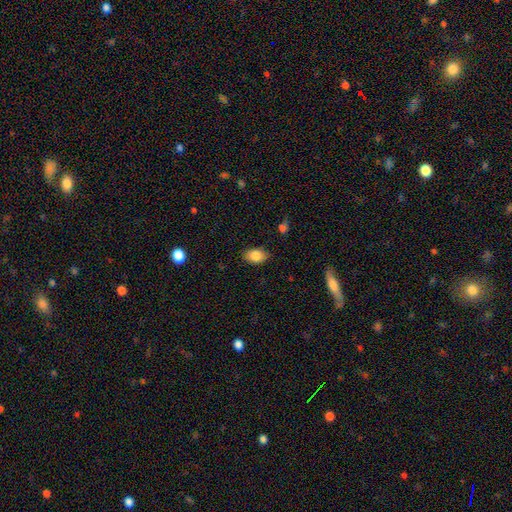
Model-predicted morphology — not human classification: A smooth galaxy with no disk features (84%) that is in between round and cigar-shaped (88%).

Vote fractions:
- Smooth or featured? smooth: 84% / featured or disk: 8% / star or artifact: 8%
- How rounded? in between: 88% / round: 11% / cigar-shaped: 1%
- Merging? none: 84% / minor disturbance: 12% / major disturbance: 2% / merger: 1%